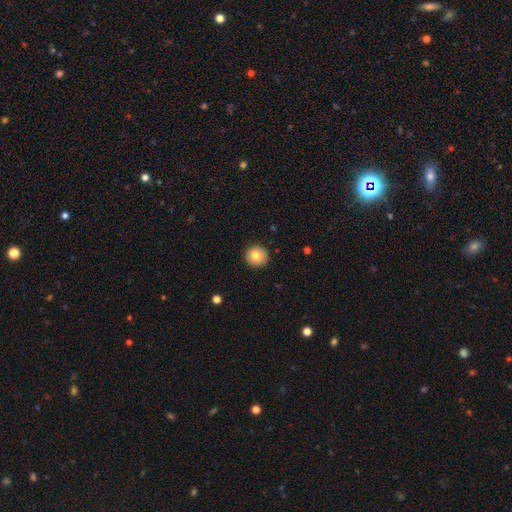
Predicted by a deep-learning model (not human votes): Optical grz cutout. It shows a smooth galaxy with no disk features (81%) that is round (94%). Merging: none (91%).